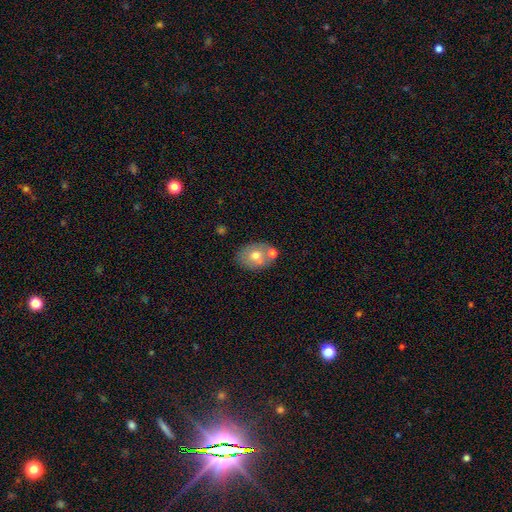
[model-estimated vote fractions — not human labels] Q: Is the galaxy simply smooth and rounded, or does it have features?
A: smooth — 65%.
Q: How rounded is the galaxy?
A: in between — 68%.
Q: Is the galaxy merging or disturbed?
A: none — 62%.